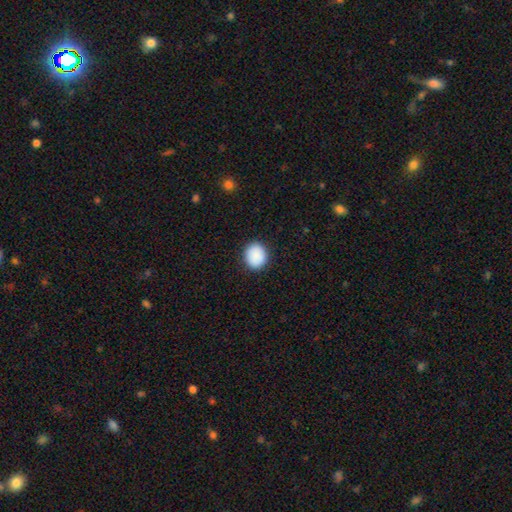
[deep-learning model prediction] This is clearly a smooth galaxy (90%). How rounded: likely round (74%). Merging: clearly none (90%).